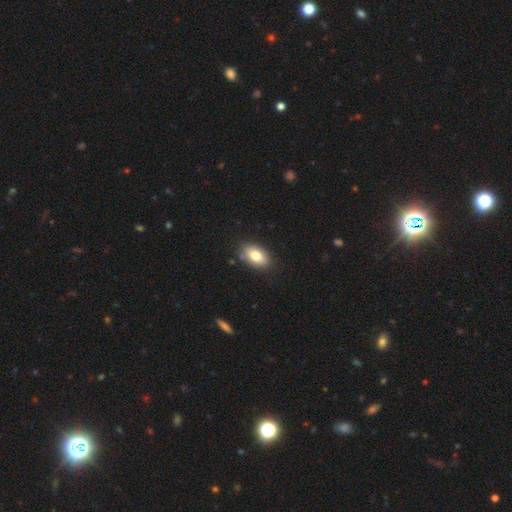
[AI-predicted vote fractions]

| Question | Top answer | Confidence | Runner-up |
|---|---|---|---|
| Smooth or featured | smooth | 81% | featured or disk (11%) |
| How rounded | in between | 91% | round (7%) |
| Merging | none | 84% | minor disturbance (11%) |